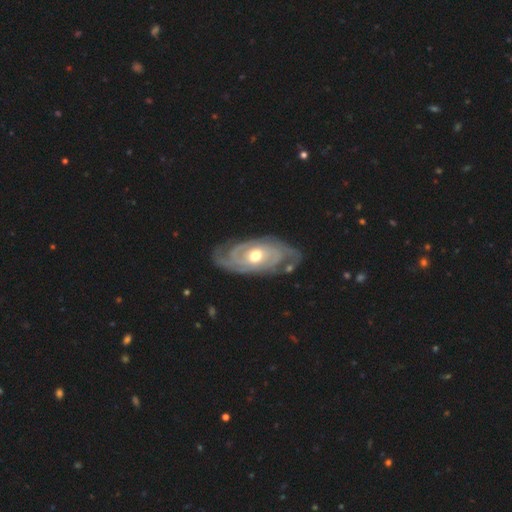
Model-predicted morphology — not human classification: Overall: featured or disk (87%). Edge-on disk: no (95%). Bar: no (72%). Spiral arms: yes (95%). Spiral arm count: 2 (36%; can't tell 26%). Spiral winding: tight (70%). Bulge size: moderate (75%). Merging: none (72%).